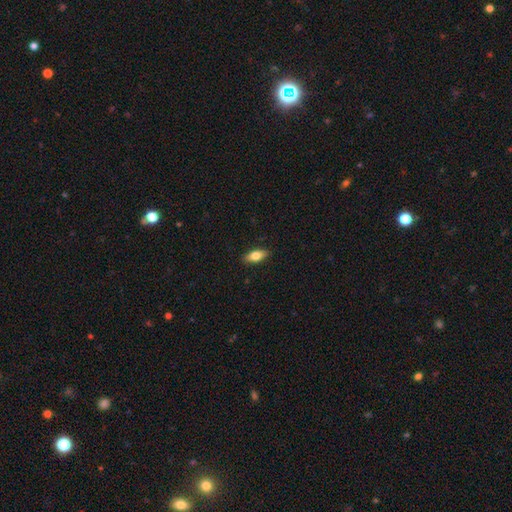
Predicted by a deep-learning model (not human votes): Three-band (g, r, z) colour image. It shows a smooth galaxy with no disk features (76%) that is in between round and cigar-shaped (82%). Merging: none (89%).